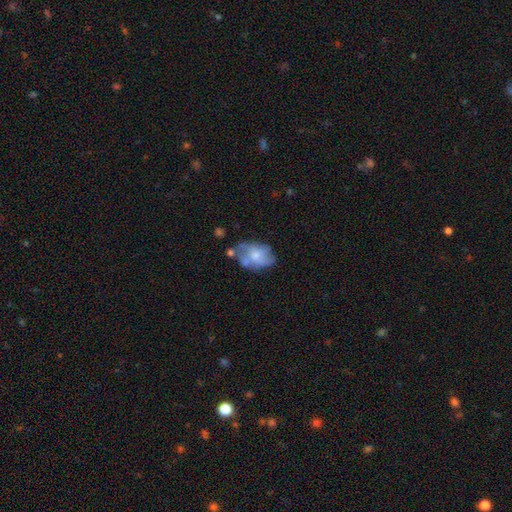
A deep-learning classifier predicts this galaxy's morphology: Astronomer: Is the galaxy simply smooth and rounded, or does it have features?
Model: featured or disk — 49% (runner-up: smooth, 43%).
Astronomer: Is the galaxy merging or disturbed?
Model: none — 43% (runner-up: minor disturbance, 28%).